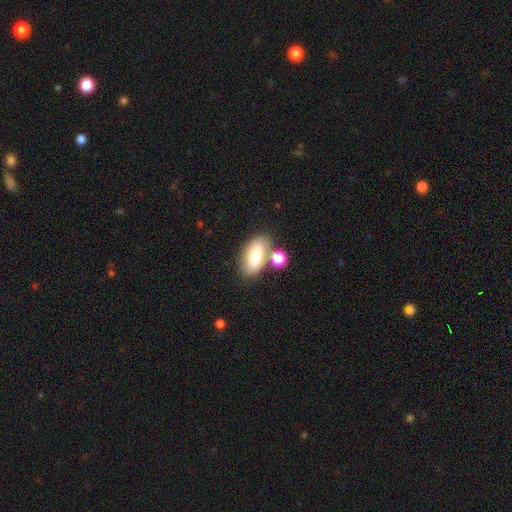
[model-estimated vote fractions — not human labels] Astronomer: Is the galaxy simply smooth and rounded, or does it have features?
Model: smooth — 70%.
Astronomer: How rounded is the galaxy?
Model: in between — 88%.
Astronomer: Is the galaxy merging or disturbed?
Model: none — 64%.